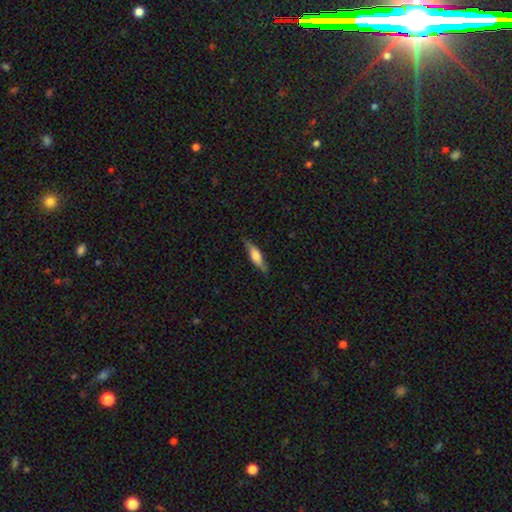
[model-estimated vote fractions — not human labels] Q: Smooth or featured?
A: smooth (53%); runner-up: featured or disk (41%)
Q: How rounded?
A: cigar-shaped (65%); runner-up: in between (33%)
Q: Merging?
A: none (79%); runner-up: minor disturbance (17%)